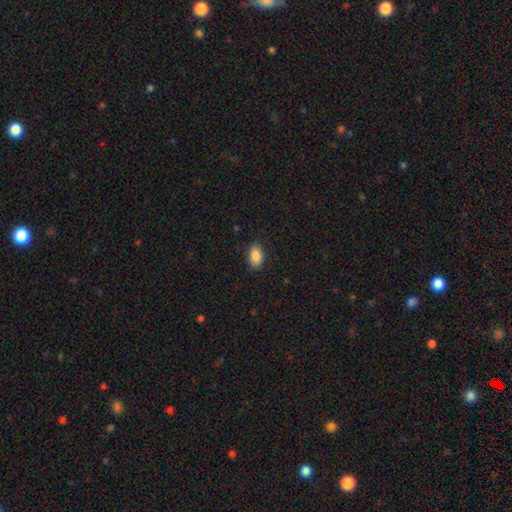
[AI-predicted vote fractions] smooth-or-featured: smooth: 86% | star or artifact: 8% | featured or disk: 6%
  how-rounded: in between: 88% | round: 10% | cigar-shaped: 2%
  merging: none: 84% | minor disturbance: 12% | major disturbance: 3% | merger: 1%